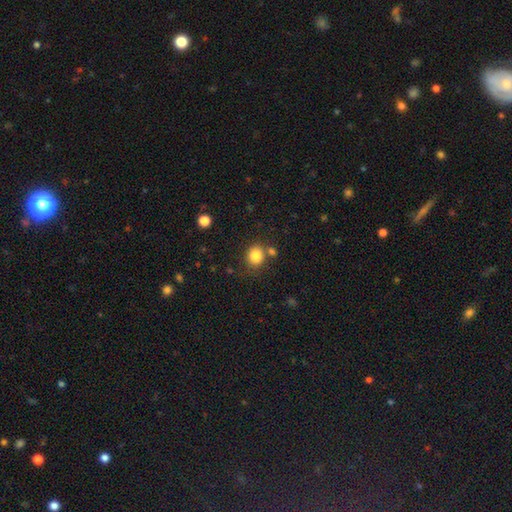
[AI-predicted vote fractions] The model was most divided on "how rounded": round: 72%, in between: 27%, cigar-shaped: 1%. More confident: smooth or featured — smooth (84%); merging — none (71%).